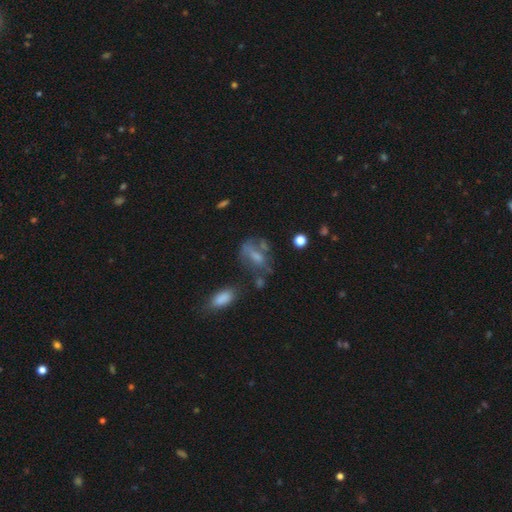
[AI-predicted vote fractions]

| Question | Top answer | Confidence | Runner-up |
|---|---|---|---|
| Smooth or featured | smooth | 45% | featured or disk (40%) |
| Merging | none | 39% | major disturbance (23%) |